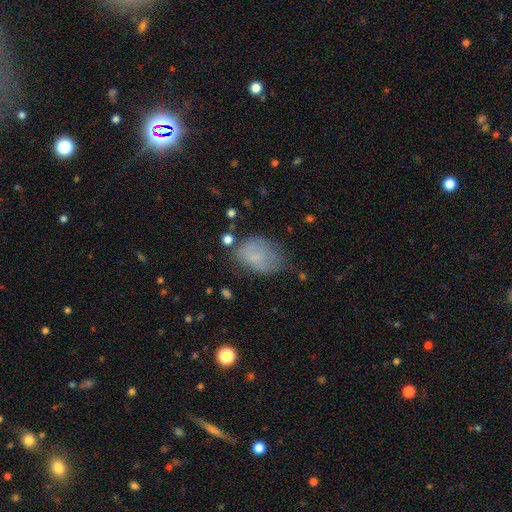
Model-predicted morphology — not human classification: Smooth or featured?
  - smooth: 70% *
  - featured or disk: 19%
  - star or artifact: 11%
How rounded?
  - in between: 83% *
  - round: 16%
  - cigar-shaped: 1%
Merging?
  - none: 45% *
  - minor disturbance: 34%
  - major disturbance: 17%
  - merger: 4%